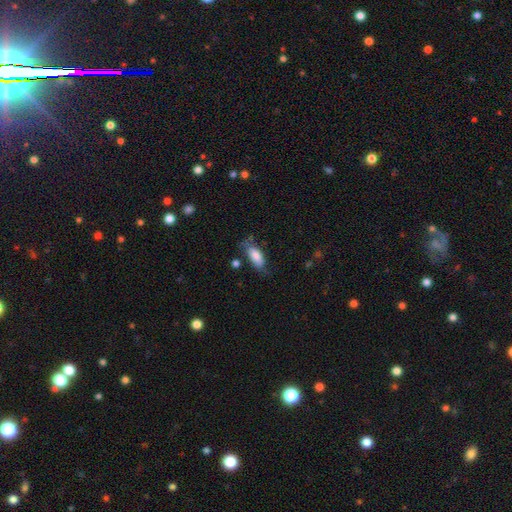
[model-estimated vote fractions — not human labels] This appears to be a smooth galaxy with no disk features (77%) that is in between round and cigar-shaped (81%). Merging: none (57%).